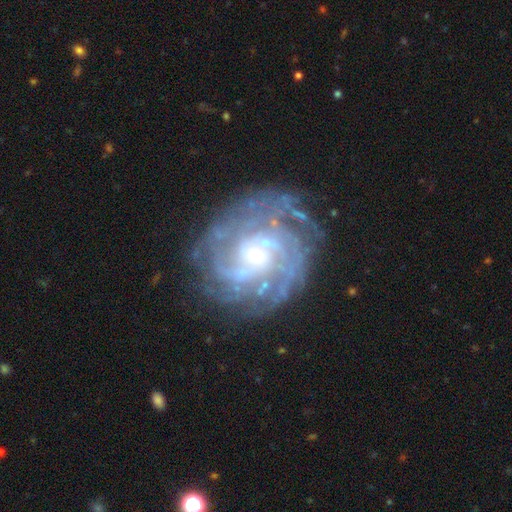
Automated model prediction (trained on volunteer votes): Q: Smooth or featured?
A: featured or disk (87%); runner-up: star or artifact (7%)
Q: Edge-on disk?
A: no (97%); runner-up: yes (3%)
Q: Bar?
A: no (58%); runner-up: weak (33%)
Q: Spiral arms?
A: yes (96%); runner-up: no (4%)
Q: Spiral winding?
A: tight (65%); runner-up: medium (28%)
Q: Spiral arm count?
A: can't tell (30%); runner-up: 2 (17%)
Q: Bulge size?
A: small (67%); runner-up: moderate (28%)
Q: Merging?
A: none (73%); runner-up: minor disturbance (16%)